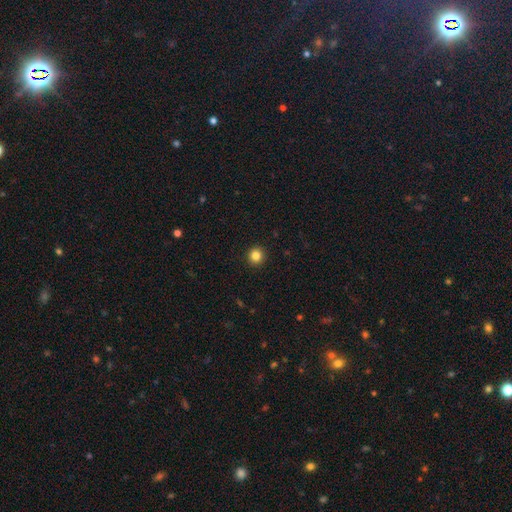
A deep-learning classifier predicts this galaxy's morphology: smooth_or_featured: smooth (p=0.84) [alt: star or artifact p=0.11]
how_rounded: round (p=0.94) [alt: in between p=0.05]
merging: none (p=0.93) [alt: minor disturbance p=0.04]